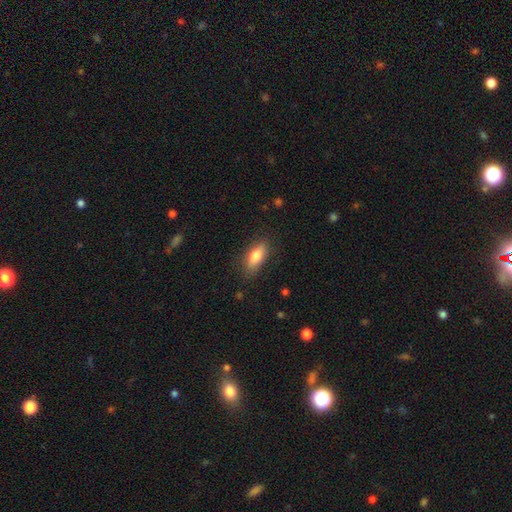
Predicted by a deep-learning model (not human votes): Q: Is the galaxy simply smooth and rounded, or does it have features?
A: smooth — 78%.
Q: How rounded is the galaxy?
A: in between — 78%.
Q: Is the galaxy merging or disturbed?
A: none — 81%.